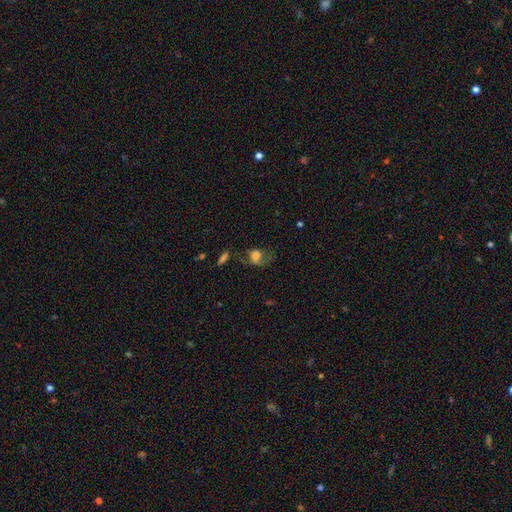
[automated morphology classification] smooth_or_featured: smooth (p=0.61) [alt: featured or disk p=0.27]
how_rounded: in between (p=0.59) [alt: round p=0.39]
merging: major disturbance (p=0.40) [alt: none p=0.31]